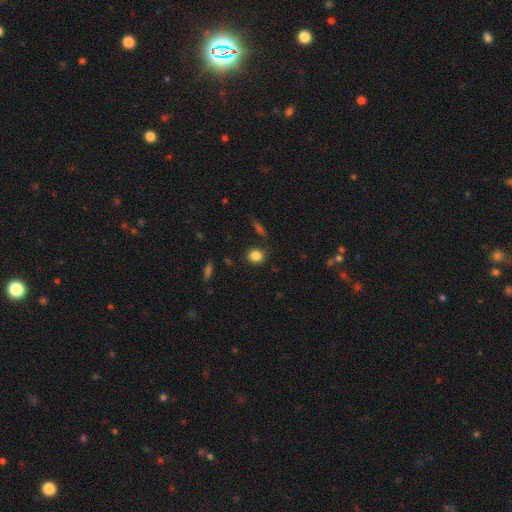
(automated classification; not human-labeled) Overall: smooth (84%). How rounded: round (75%). Merging: none (85%).